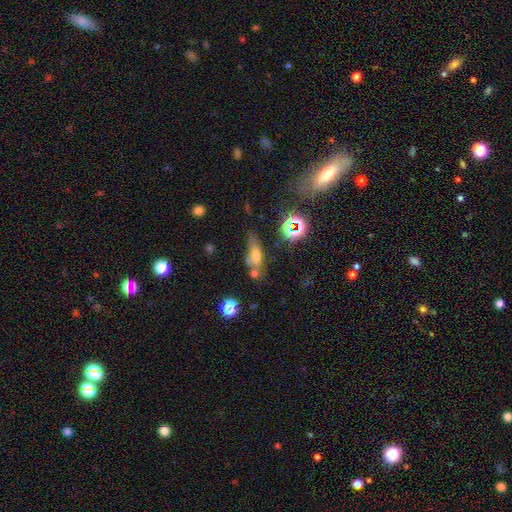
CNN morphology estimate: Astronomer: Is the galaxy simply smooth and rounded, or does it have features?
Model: smooth — 52% (runner-up: featured or disk, 28%).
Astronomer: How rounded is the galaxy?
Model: in between — 60%.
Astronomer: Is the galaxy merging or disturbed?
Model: none — 47% (runner-up: minor disturbance, 23%).